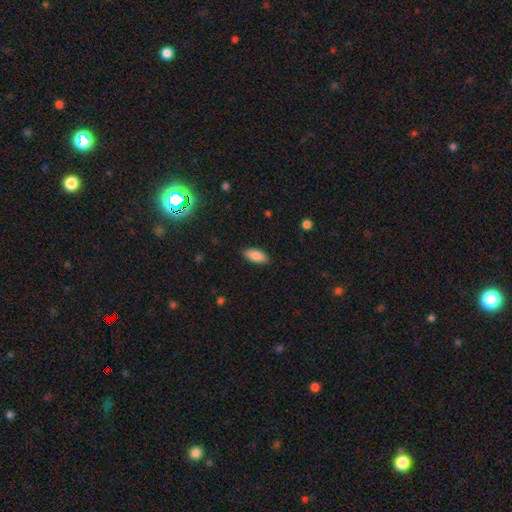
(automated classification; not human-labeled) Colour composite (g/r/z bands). It shows a smooth galaxy with no disk features (86%) that is in between round and cigar-shaped (91%). Merging: none (87%).